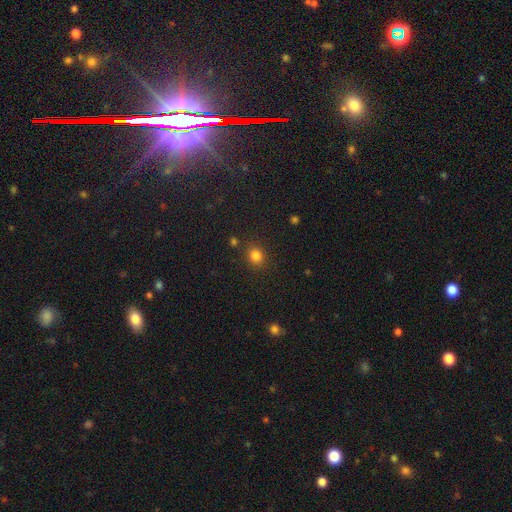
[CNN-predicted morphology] Overall: smooth (82%). How rounded: round (71%). Merging: none (84%).